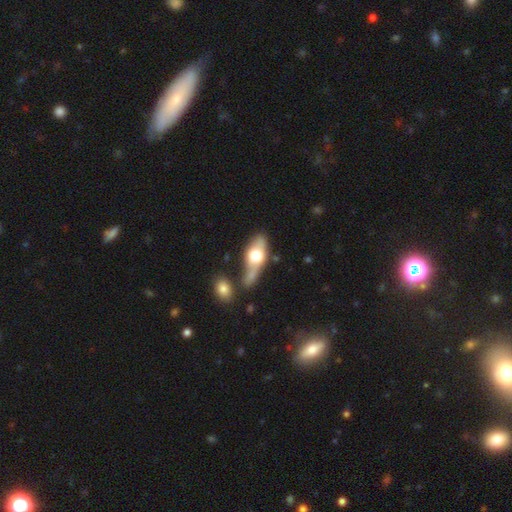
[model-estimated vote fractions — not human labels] Morphology: type=smooth (53%); roundness=in between (74%); merging=none (45%).